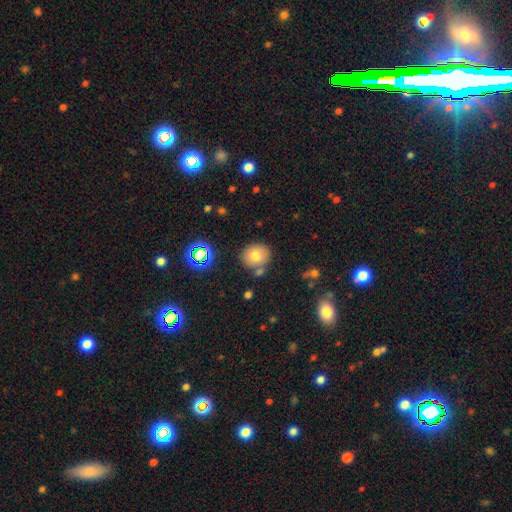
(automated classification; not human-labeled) Q: Smooth or featured?
A: smooth (74%); runner-up: star or artifact (13%)
Q: How rounded?
A: round (80%); runner-up: in between (19%)
Q: Merging?
A: none (73%); runner-up: minor disturbance (12%)